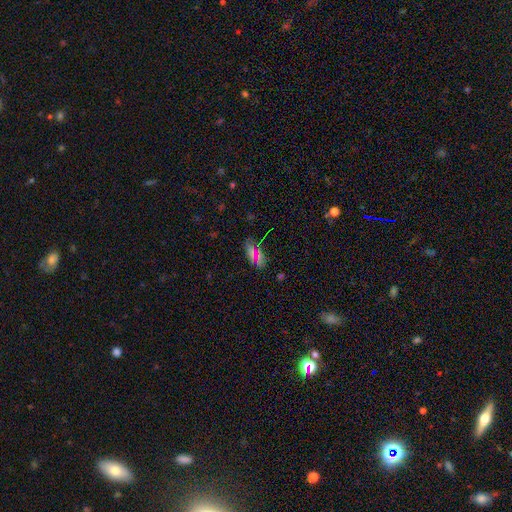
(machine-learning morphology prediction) Smooth or featured?
  - smooth: 62% *
  - star or artifact: 28%
  - featured or disk: 10%
How rounded?
  - in between: 83% *
  - cigar-shaped: 10%
  - round: 7%
Merging?
  - none: 73% *
  - minor disturbance: 16%
  - major disturbance: 6%
  - merger: 5%